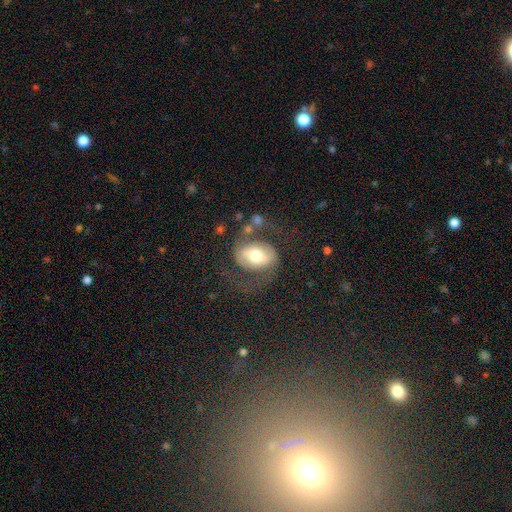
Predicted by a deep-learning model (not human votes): This appears to be a featured or disk galaxy (63%) with a strong bar (36%), spiral arms (78%) and a moderate central bulge (61%). Merging: none (55%).